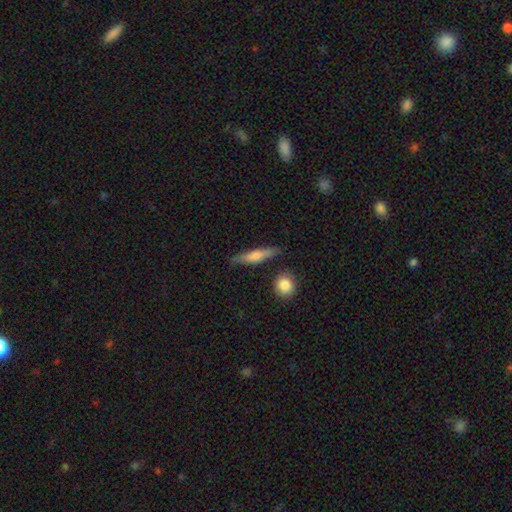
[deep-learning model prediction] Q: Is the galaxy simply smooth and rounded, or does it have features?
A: smooth — 56%.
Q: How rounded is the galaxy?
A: cigar-shaped — 83%.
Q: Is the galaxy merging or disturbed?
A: none — 83%.